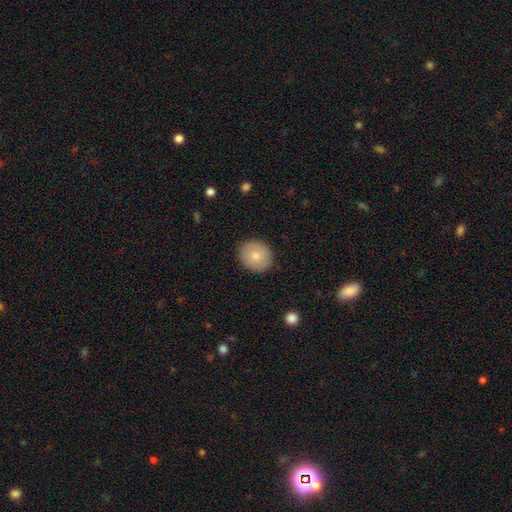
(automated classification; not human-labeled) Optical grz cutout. It shows a smooth galaxy with no disk features (80%) that is round (78%). Merging: none (90%).